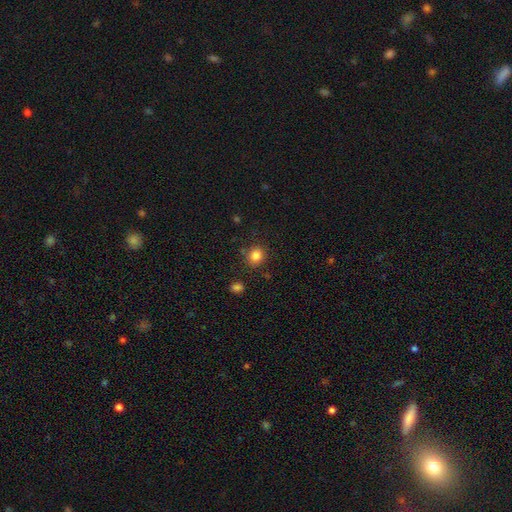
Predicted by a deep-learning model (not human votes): This is clearly a smooth galaxy (84%). How rounded: clearly round (82%). Merging: clearly none (83%).